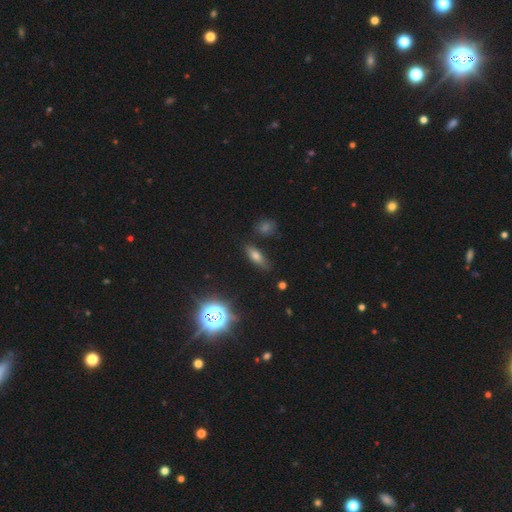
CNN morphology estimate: Smooth or featured? Predicted: smooth (p=0.67). How rounded? Predicted: in between (p=0.63). Merging? Predicted: none (p=0.79).